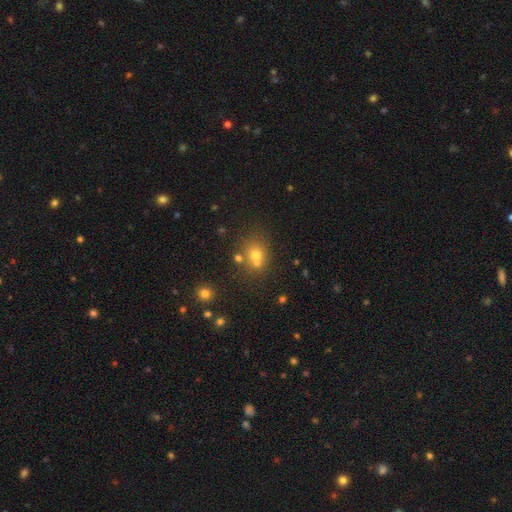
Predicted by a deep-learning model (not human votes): Overall: smooth (67%). How rounded: round (67%; in between 32%). Merging: none (52%; merger 33%).